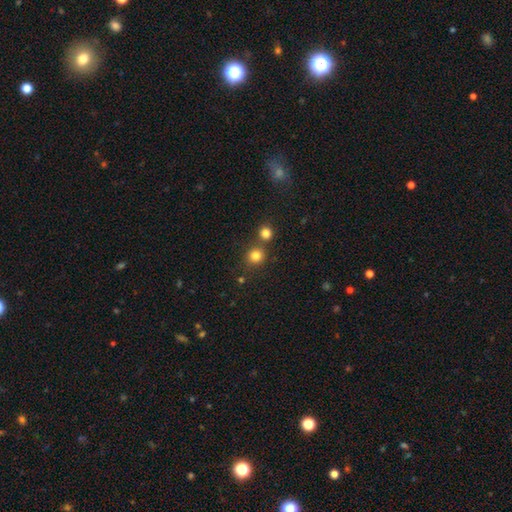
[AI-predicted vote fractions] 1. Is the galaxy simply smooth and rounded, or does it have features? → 81% smooth, 14% star or artifact, 5% featured or disk.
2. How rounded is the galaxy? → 89% round, 10% in between, 1% cigar-shaped.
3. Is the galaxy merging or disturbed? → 70% none, 19% merger, 7% minor disturbance, 3% major disturbance.